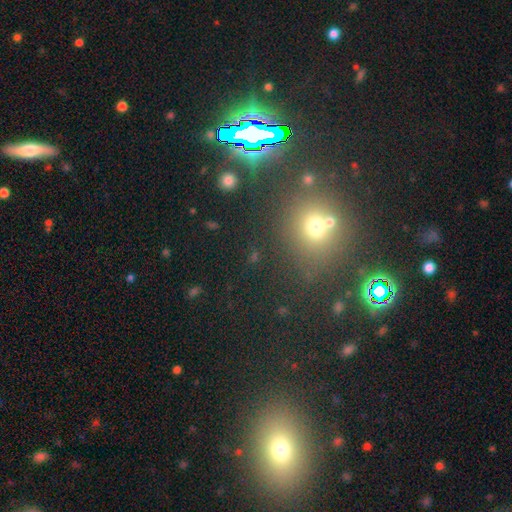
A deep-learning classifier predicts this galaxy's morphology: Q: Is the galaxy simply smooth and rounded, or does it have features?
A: star or artifact — 54%.